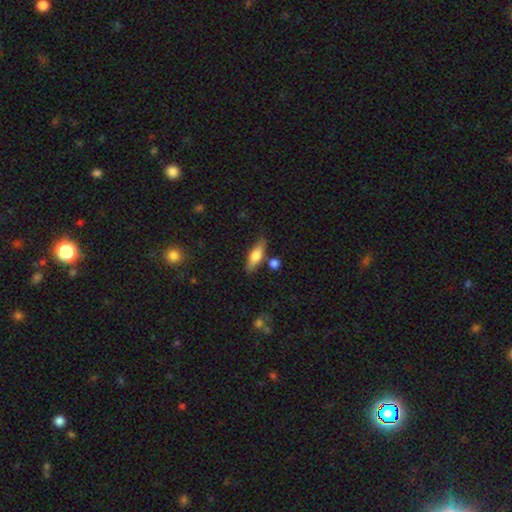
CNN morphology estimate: smooth_or_featured: smooth (p=0.60) [alt: featured or disk p=0.34]
how_rounded: in between (p=0.49) [alt: cigar-shaped p=0.48]
merging: none (p=0.77) [alt: minor disturbance p=0.13]